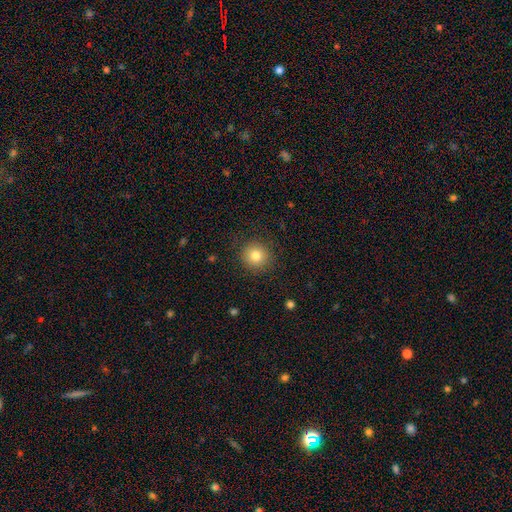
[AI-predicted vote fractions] Smooth or featured?
  - smooth: 80% *
  - star or artifact: 12%
  - featured or disk: 8%
How rounded?
  - round: 93% *
  - in between: 6%
  - cigar-shaped: 1%
Merging?
  - none: 89% *
  - minor disturbance: 7%
  - major disturbance: 3%
  - merger: 1%